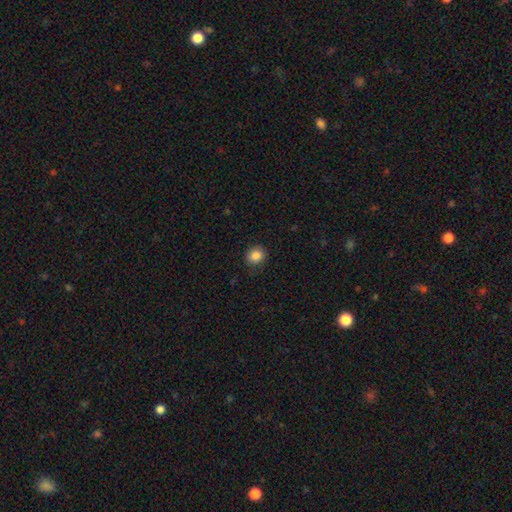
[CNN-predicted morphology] Q: Smooth or featured?
A: smooth (86%); runner-up: star or artifact (10%)
Q: How rounded?
A: round (77%); runner-up: in between (23%)
Q: Merging?
A: none (85%); runner-up: minor disturbance (11%)